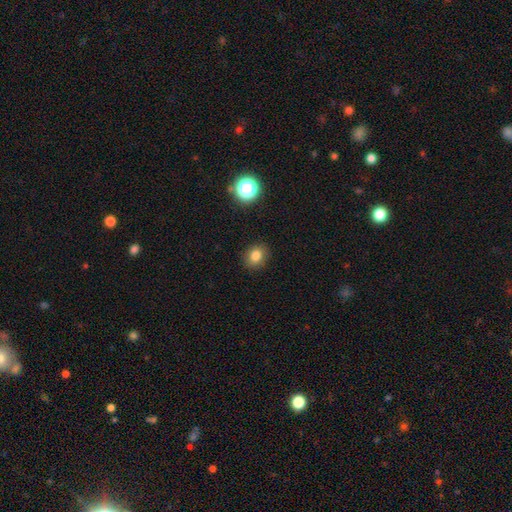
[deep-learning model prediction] A smooth galaxy with no disk features (80%) that is round (62%). Merging: none (88%).